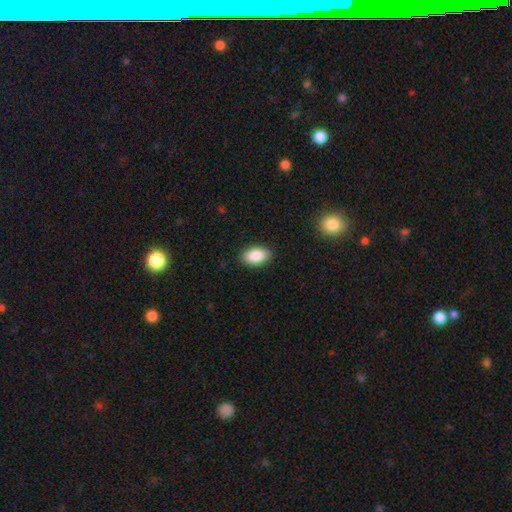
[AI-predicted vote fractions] Overall: smooth (88%). How rounded: in between (92%). Merging: none (89%).